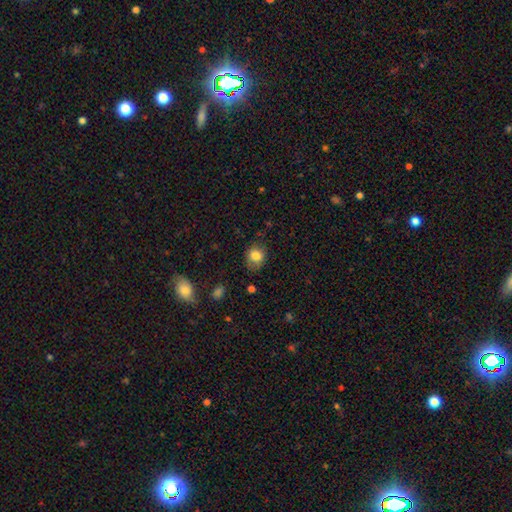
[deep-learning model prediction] This appears to be a smooth galaxy with no disk features (82%) that is round (64%). Merging: none (71%).